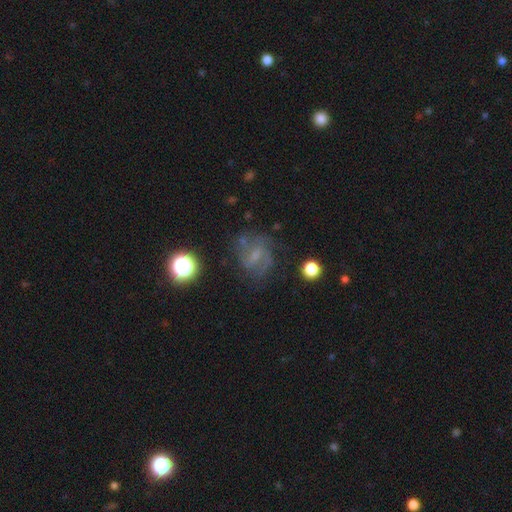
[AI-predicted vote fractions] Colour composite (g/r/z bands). It shows a featured or disk galaxy (62%) with a weak bar (53%), 2 (52%) medium (48%) spiral arms (84%) and a small central bulge (44%). Merging: none (62%).